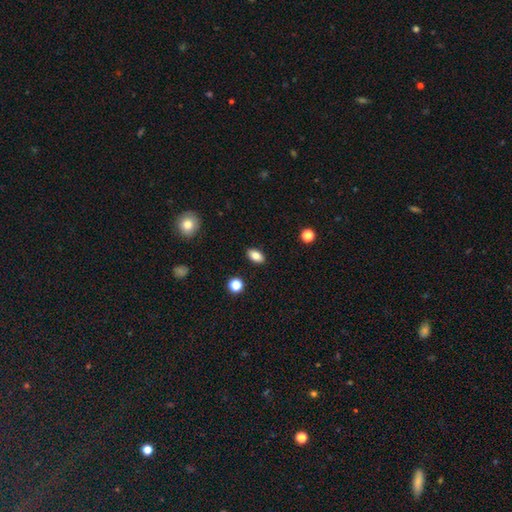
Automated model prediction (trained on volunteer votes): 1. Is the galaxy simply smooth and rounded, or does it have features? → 81% smooth, 10% featured or disk, 9% star or artifact.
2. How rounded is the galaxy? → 88% in between, 8% round, 4% cigar-shaped.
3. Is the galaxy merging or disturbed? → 89% none, 8% minor disturbance, 2% major disturbance, 1% merger.